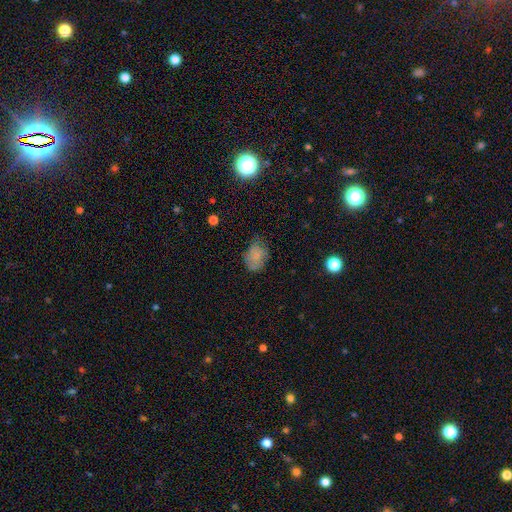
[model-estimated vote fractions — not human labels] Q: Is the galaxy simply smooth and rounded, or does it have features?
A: smooth — 75%.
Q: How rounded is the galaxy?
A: in between — 74%.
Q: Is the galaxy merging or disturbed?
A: none — 58%.